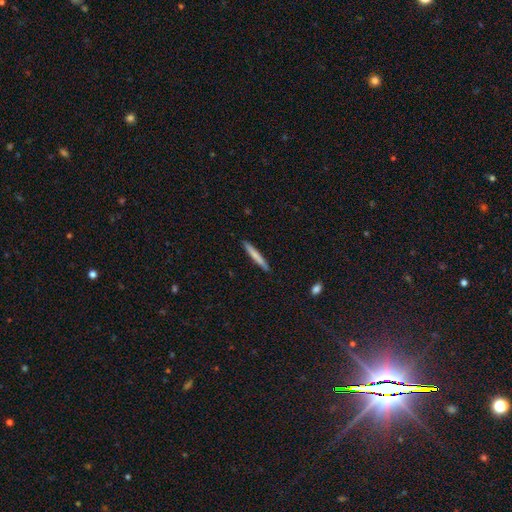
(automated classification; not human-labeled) smooth-or-featured: smooth: 74% | featured or disk: 21% | star or artifact: 5%
  how-rounded: cigar-shaped: 96% | in between: 3% | round: 1%
  merging: none: 91% | minor disturbance: 6% | major disturbance: 1% | merger: 1%